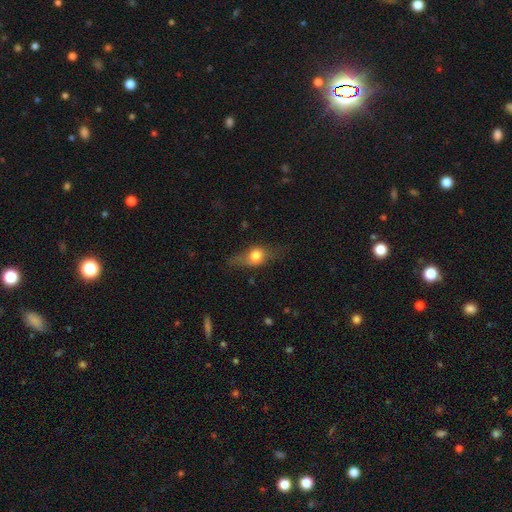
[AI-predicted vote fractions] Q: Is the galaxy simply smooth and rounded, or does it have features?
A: smooth — 60%.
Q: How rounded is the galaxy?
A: in between — 55%.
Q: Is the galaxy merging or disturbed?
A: none — 55%.